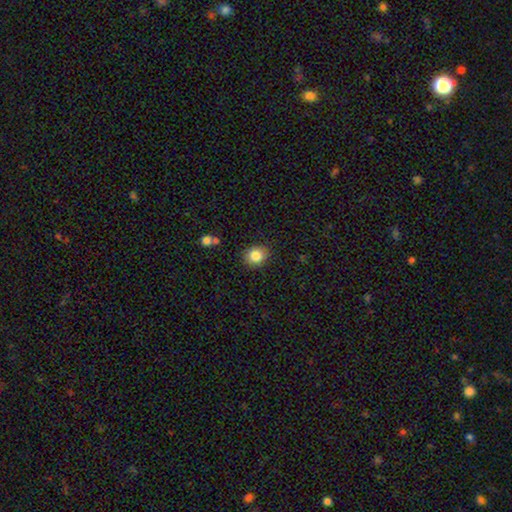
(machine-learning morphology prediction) smooth_or_featured: smooth (p=0.84) [alt: star or artifact p=0.10]
how_rounded: round (p=0.65) [alt: in between p=0.34]
merging: none (p=0.86) [alt: minor disturbance p=0.10]